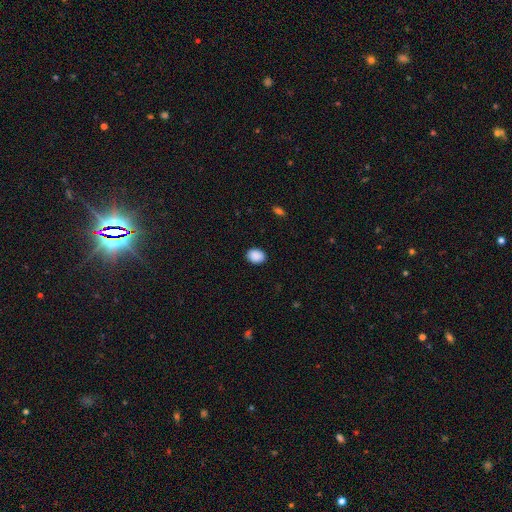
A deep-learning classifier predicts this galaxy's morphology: Smooth or featured? smooth (90%)
How rounded? in between (64%)
Merging? none (89%)